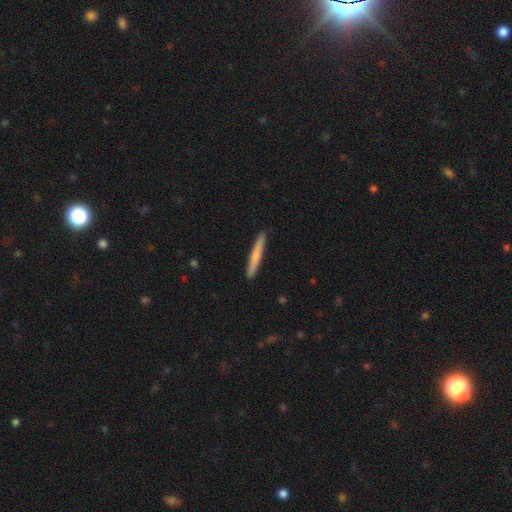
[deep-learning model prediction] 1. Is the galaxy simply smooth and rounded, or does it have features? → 69% smooth, 26% featured or disk, 5% star or artifact.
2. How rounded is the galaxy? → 96% cigar-shaped, 2% in between, 1% round.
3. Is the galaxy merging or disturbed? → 92% none, 5% minor disturbance, 1% major disturbance, 1% merger.